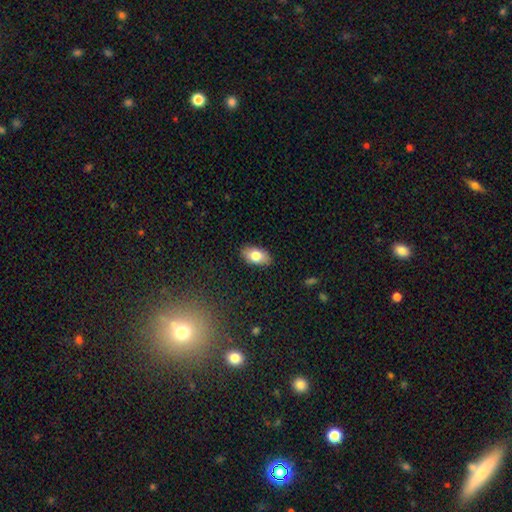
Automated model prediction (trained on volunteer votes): The model was most divided on "smooth or featured": smooth: 78%, featured or disk: 15%, star or artifact: 7%. More confident: how rounded — in between (93%); merging — none (88%).